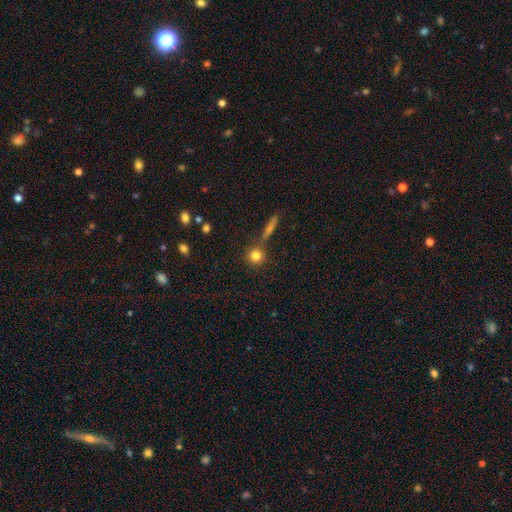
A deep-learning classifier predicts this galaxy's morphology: smooth_or_featured: smooth (p=0.81) [alt: star or artifact p=0.10]
how_rounded: round (p=0.90) [alt: in between p=0.07]
merging: none (p=0.77) [alt: merger p=0.12]